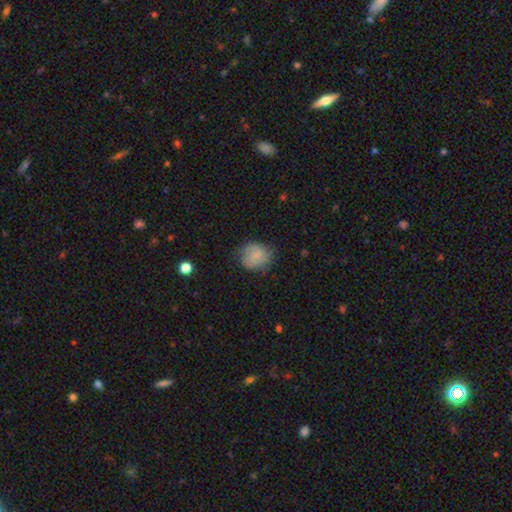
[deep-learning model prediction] Smooth or featured? smooth (58%)
How rounded? round (73%)
Merging? none (68%)